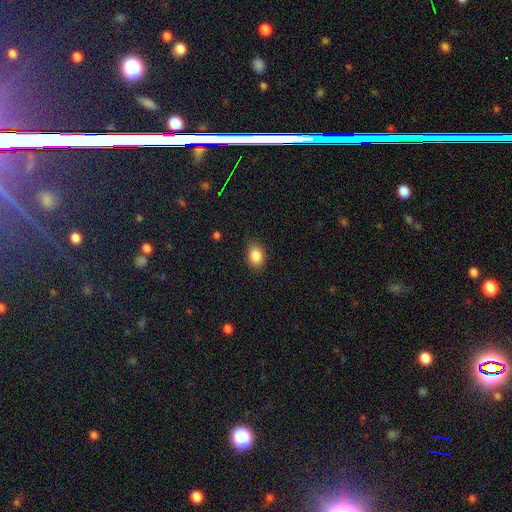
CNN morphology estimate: Smooth or featured: smooth — 87% (star or artifact — 8%)
How rounded: in between — 77% (round — 22%)
Merging: none — 86% (minor disturbance — 11%)